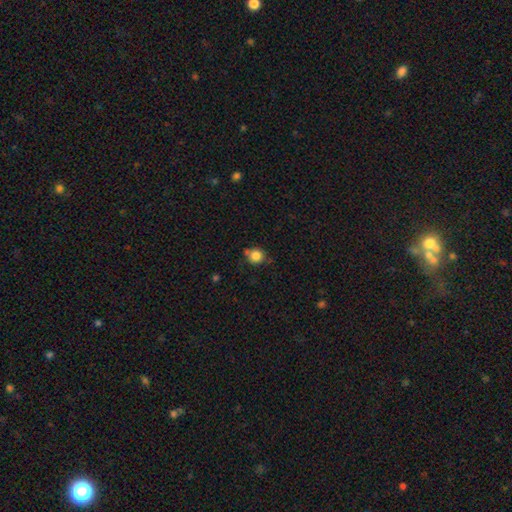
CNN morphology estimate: This appears to be a smooth galaxy with no disk features (83%) that is round (88%). Merging: none (65%).